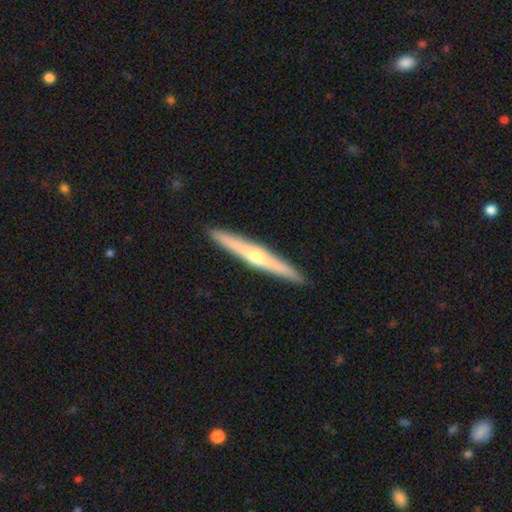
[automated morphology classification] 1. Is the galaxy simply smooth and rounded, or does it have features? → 70% featured or disk, 25% smooth, 5% star or artifact.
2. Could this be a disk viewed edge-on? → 97% yes, 3% no.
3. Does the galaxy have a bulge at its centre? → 86% rounded, 11% none, 2% boxy.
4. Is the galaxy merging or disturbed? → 93% none, 5% minor disturbance, 1% major disturbance, 1% merger.